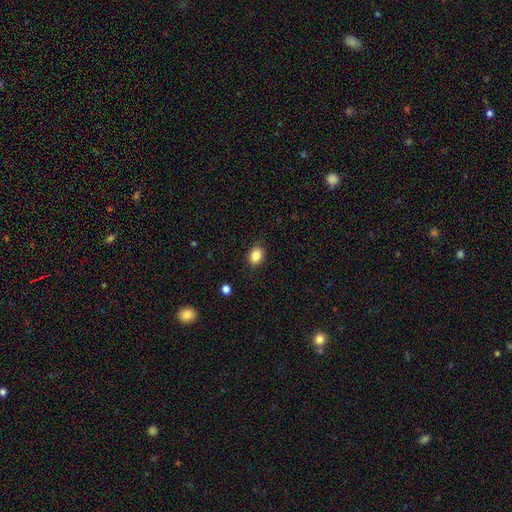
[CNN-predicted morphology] Q: Smooth or featured?
A: smooth (86%); runner-up: star or artifact (10%)
Q: How rounded?
A: in between (60%); runner-up: round (39%)
Q: Merging?
A: none (88%); runner-up: minor disturbance (8%)